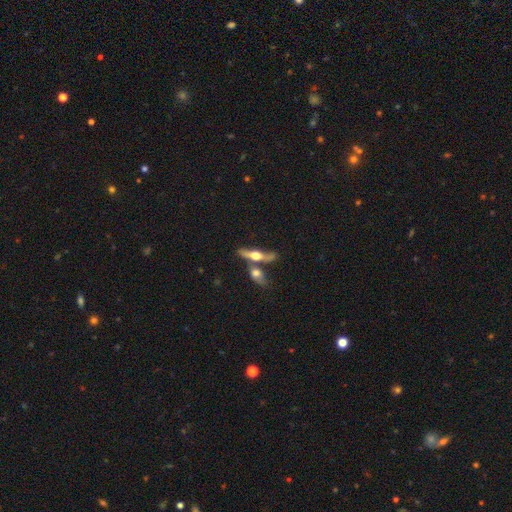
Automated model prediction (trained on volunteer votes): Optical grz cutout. It shows a featured or disk galaxy (61%) viewed edge-on (87%) with a rounded central bulge (95%). Merging: none (47%).